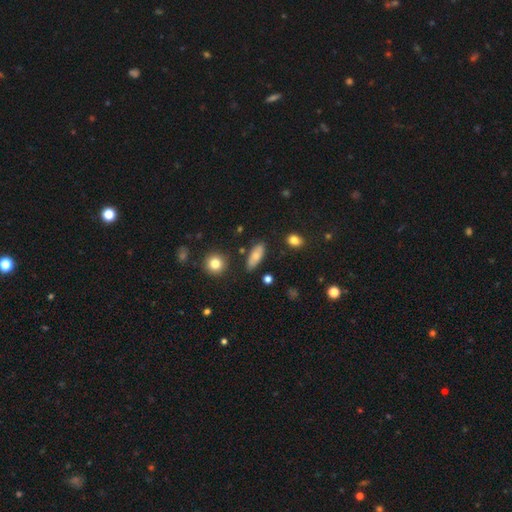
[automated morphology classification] Smooth or featured?
  - smooth: 75% *
  - featured or disk: 17%
  - star or artifact: 8%
How rounded?
  - in between: 73% *
  - cigar-shaped: 23%
  - round: 4%
Merging?
  - none: 81% *
  - minor disturbance: 13%
  - merger: 3%
  - major disturbance: 3%